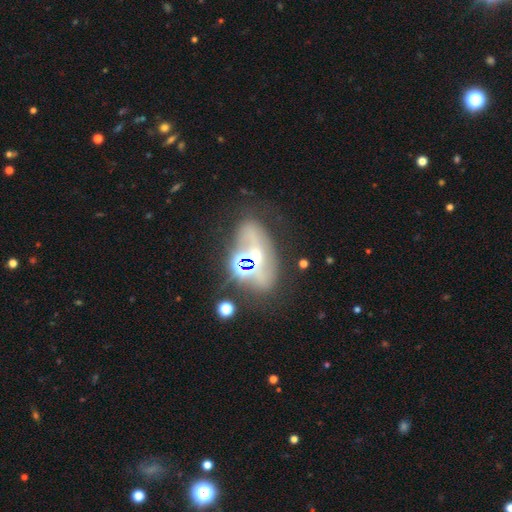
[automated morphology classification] smooth_or_featured: featured or disk (p=0.57) [alt: star or artifact p=0.22]
disk_edge_on: no (p=0.81) [alt: yes p=0.19]
merging: none (p=0.50) [alt: minor disturbance p=0.20]